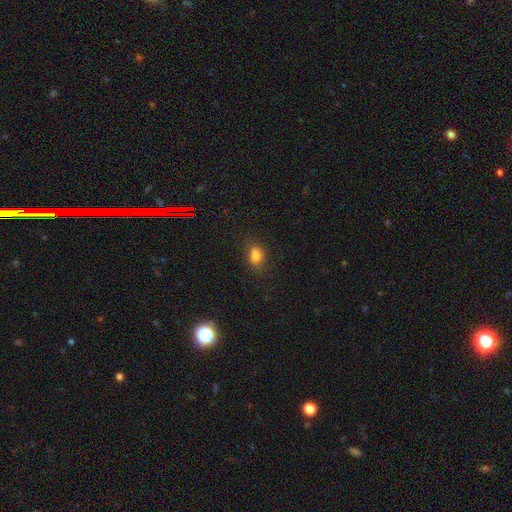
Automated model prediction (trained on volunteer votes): Overall: smooth (78%). How rounded: in between (76%). Merging: none (74%).